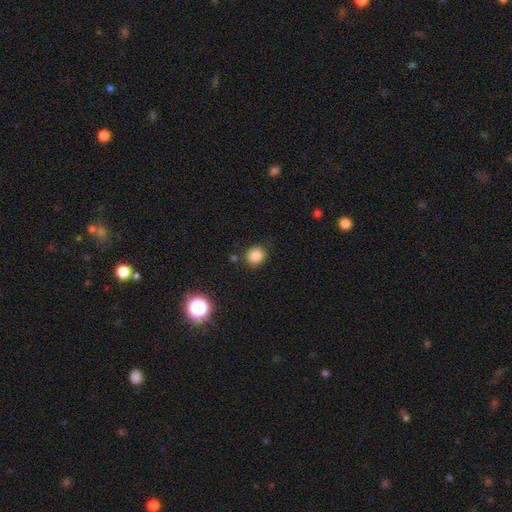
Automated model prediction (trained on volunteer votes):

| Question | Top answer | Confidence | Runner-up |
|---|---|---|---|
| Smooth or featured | smooth | 83% | star or artifact (12%) |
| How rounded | round | 76% | in between (23%) |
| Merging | none | 85% | minor disturbance (9%) |